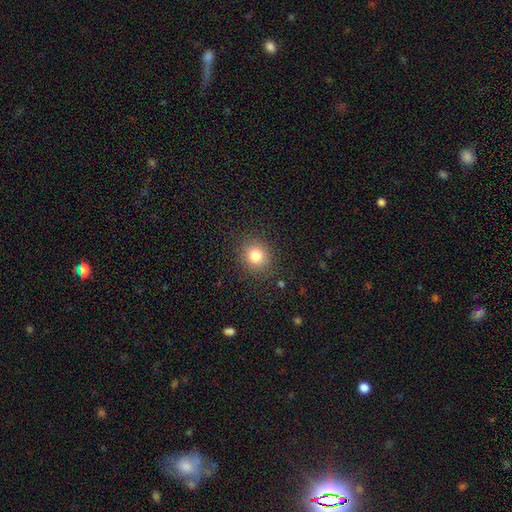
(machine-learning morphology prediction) The model was most divided on "how rounded": round: 83%, in between: 16%, cigar-shaped: 1%. More confident: merging — none (87%); smooth or featured — smooth (81%).